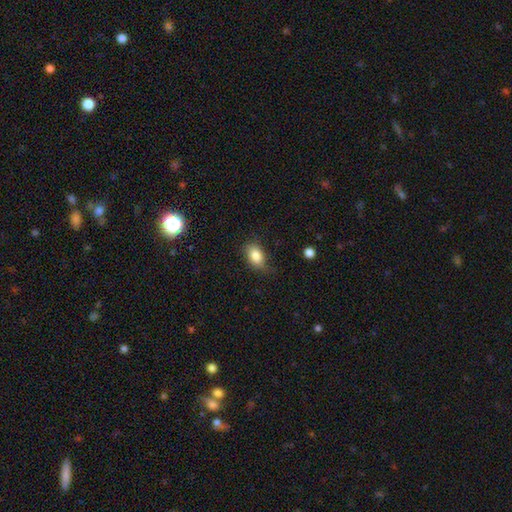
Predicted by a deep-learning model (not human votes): Smooth or featured?
  - smooth: 84% *
  - star or artifact: 8%
  - featured or disk: 8%
How rounded?
  - in between: 84% *
  - round: 15%
  - cigar-shaped: 2%
Merging?
  - none: 72% *
  - minor disturbance: 21%
  - major disturbance: 5%
  - merger: 1%